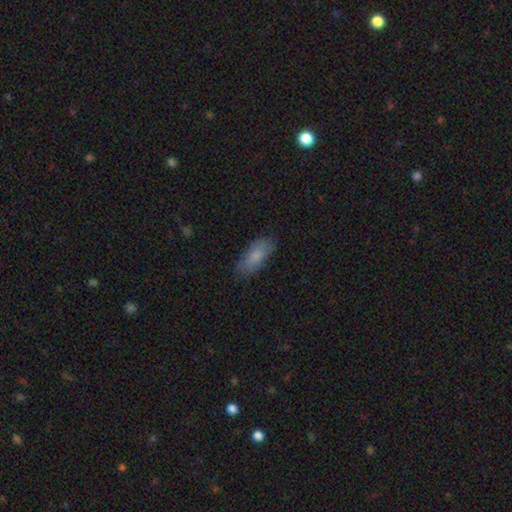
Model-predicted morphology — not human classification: This is likely a smooth galaxy (80%). How rounded: clearly in between (84%). Merging: likely none (78%).